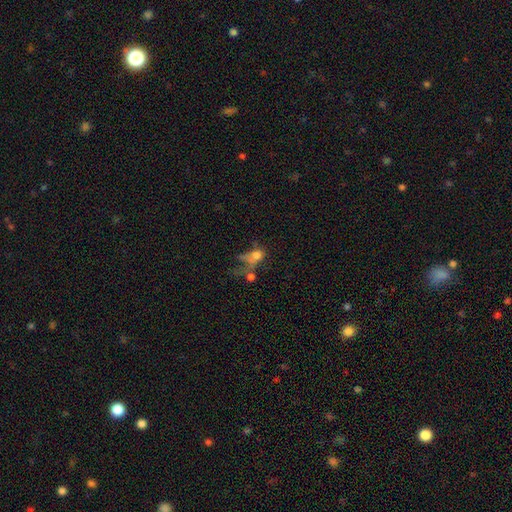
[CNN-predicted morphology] smooth_or_featured: smooth (p=0.54) [alt: featured or disk p=0.28]
how_rounded: in between (p=0.54) [alt: round p=0.41]
merging: major disturbance (p=0.39) [alt: merger p=0.31]